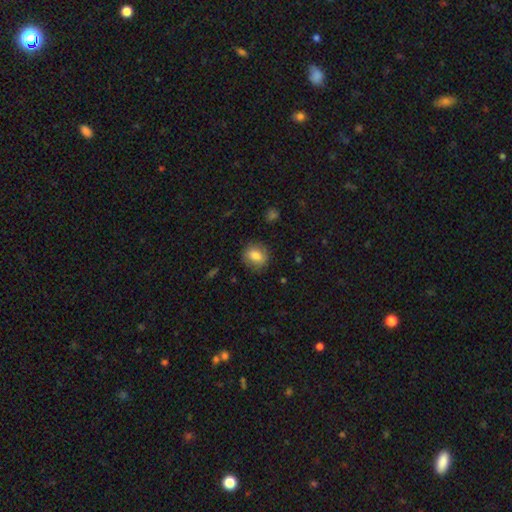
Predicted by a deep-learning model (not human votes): Smooth or featured?
  - smooth: 77% *
  - featured or disk: 15%
  - star or artifact: 8%
How rounded?
  - round: 72% *
  - in between: 27%
  - cigar-shaped: 1%
Merging?
  - none: 82% *
  - minor disturbance: 13%
  - major disturbance: 4%
  - merger: 1%